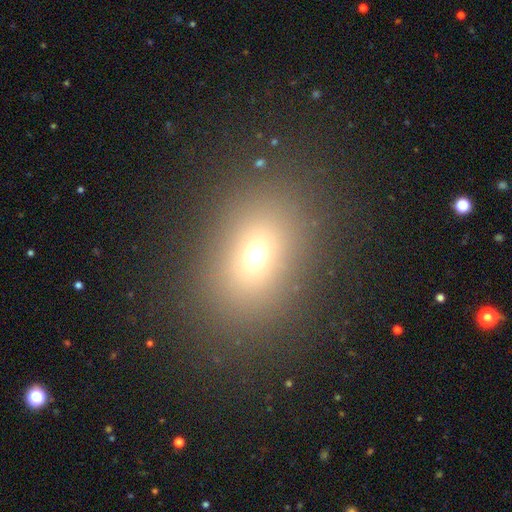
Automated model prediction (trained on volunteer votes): Smooth or featured?
  - smooth: 66% *
  - star or artifact: 22%
  - featured or disk: 12%
How rounded?
  - in between: 56% *
  - round: 43%
  - cigar-shaped: 2%
Merging?
  - none: 86% *
  - minor disturbance: 7%
  - major disturbance: 5%
  - merger: 2%